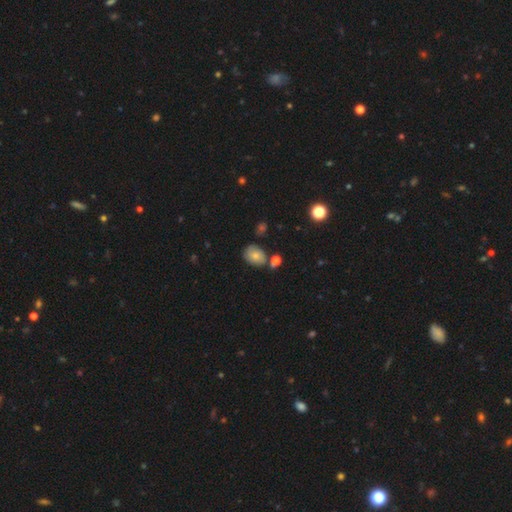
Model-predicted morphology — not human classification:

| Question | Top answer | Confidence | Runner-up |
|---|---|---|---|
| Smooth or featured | smooth | 66% | featured or disk (22%) |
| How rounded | in between | 63% | round (36%) |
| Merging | none | 61% | minor disturbance (22%) |